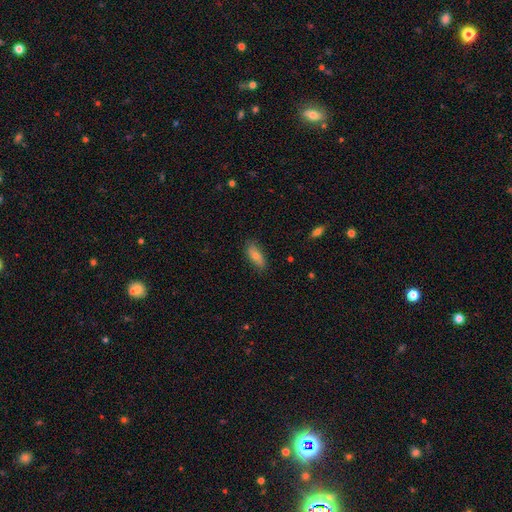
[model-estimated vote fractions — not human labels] Q: Smooth or featured?
A: smooth (70%); runner-up: featured or disk (23%)
Q: How rounded?
A: in between (77%); runner-up: cigar-shaped (20%)
Q: Merging?
A: none (81%); runner-up: minor disturbance (15%)